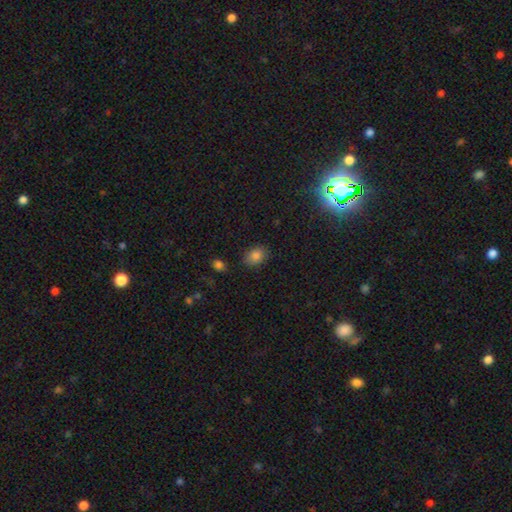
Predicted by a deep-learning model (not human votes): A smooth galaxy with no disk features (84%) that is in between round and cigar-shaped (74%). Merging: none (82%).